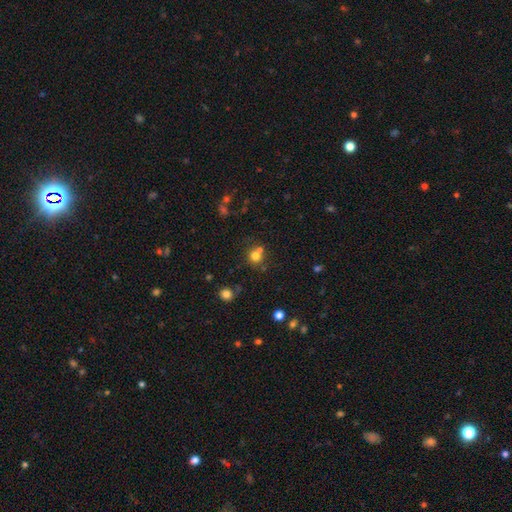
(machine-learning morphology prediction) smooth_or_featured: smooth (p=0.73) [alt: star or artifact p=0.17]
how_rounded: round (p=0.89) [alt: in between p=0.10]
merging: none (p=0.60) [alt: merger p=0.29]